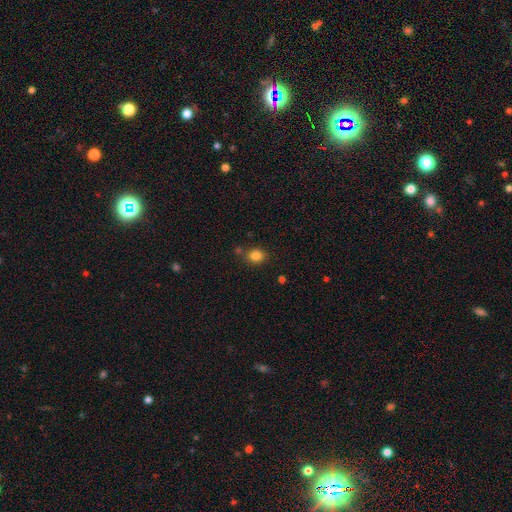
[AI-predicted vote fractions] smooth_or_featured: smooth (p=0.83) [alt: star or artifact p=0.12]
how_rounded: round (p=0.68) [alt: in between p=0.31]
merging: none (p=0.77) [alt: minor disturbance p=0.12]